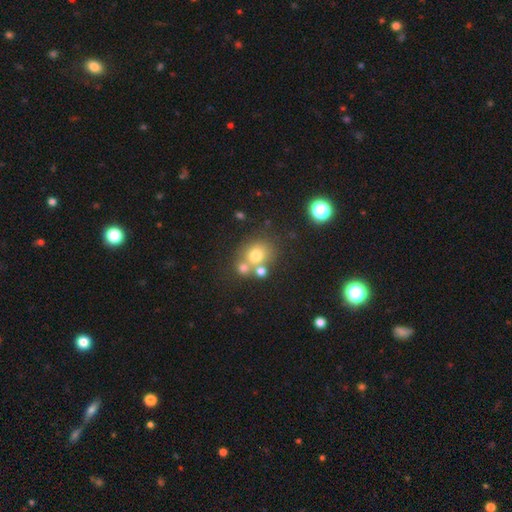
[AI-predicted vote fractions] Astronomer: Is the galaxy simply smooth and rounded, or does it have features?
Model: smooth — 70%.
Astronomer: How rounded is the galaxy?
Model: round — 75%.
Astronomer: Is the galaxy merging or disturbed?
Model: none — 54% (runner-up: merger, 31%).